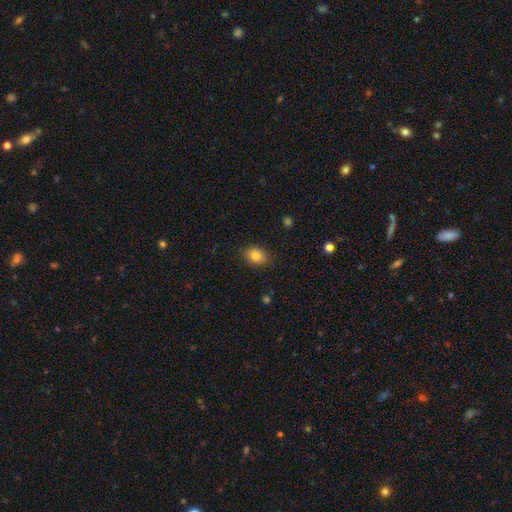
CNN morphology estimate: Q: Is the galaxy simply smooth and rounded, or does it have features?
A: smooth — 82%.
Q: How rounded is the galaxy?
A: in between — 59%.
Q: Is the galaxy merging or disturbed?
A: none — 86%.